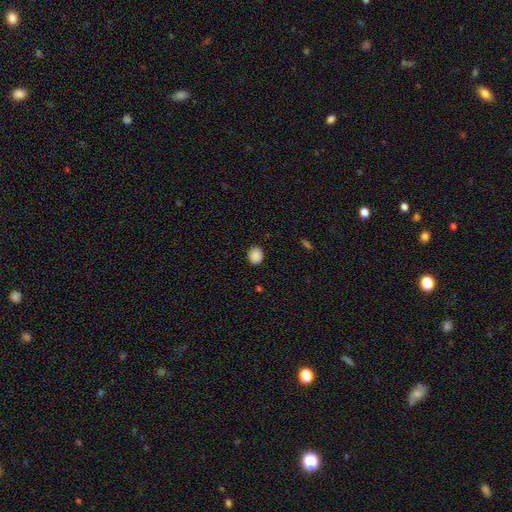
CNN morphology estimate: The model was most divided on "how rounded": round: 73%, in between: 26%, cigar-shaped: 1%. More confident: merging — none (89%); smooth or featured — smooth (88%).